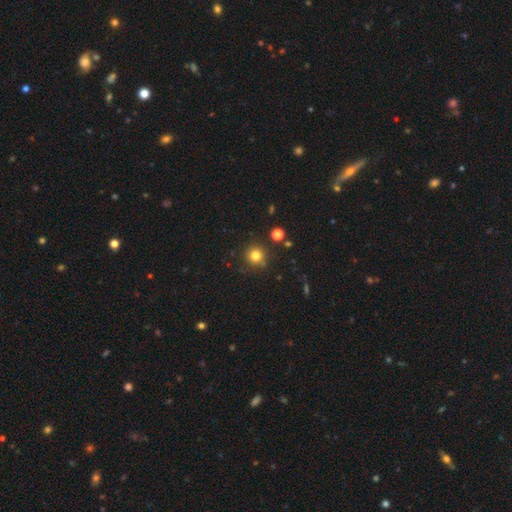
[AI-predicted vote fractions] Smooth or featured?
  - smooth: 80% *
  - star or artifact: 14%
  - featured or disk: 6%
How rounded?
  - round: 93% *
  - in between: 6%
  - cigar-shaped: 1%
Merging?
  - none: 85% *
  - minor disturbance: 9%
  - merger: 4%
  - major disturbance: 3%